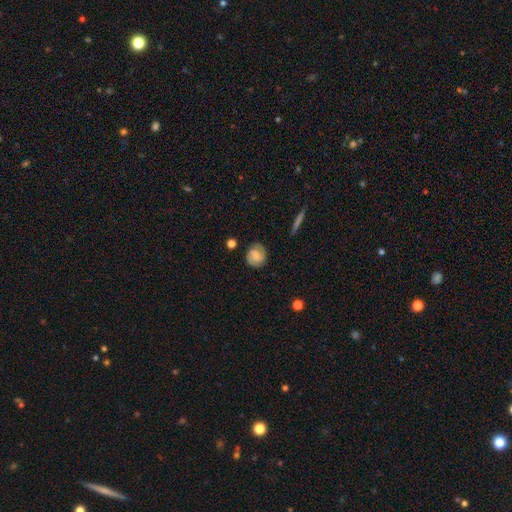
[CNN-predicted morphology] Smooth or featured? Predicted: featured or disk (p=0.46). Merging? Predicted: none (p=0.80).